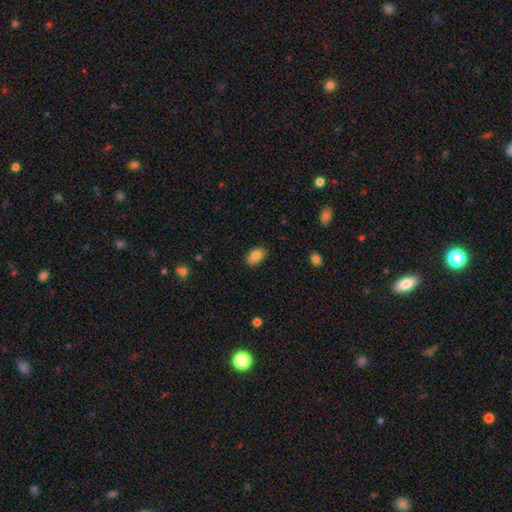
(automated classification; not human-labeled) Smooth or featured? Predicted: smooth (p=0.84). How rounded? Predicted: in between (p=0.87). Merging? Predicted: none (p=0.85).